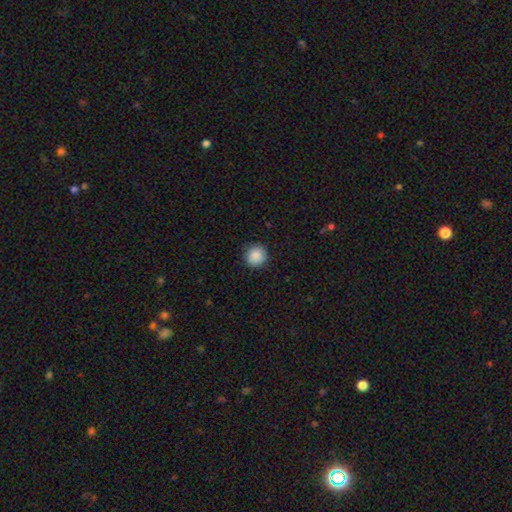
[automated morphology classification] smooth 88%, star or artifact 9%, featured or disk 4%. Down the decision tree: how rounded — round (93%); merging — none (88%).